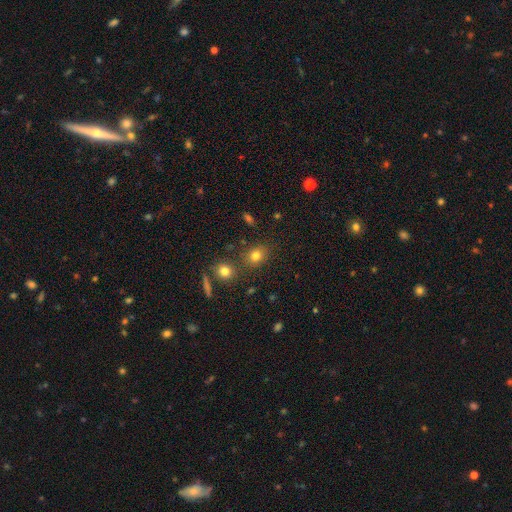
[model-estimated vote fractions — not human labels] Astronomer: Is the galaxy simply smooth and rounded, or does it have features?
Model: smooth — 79%.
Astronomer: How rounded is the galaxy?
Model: round — 58% (runner-up: in between, 41%).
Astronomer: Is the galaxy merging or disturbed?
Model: none — 78%.